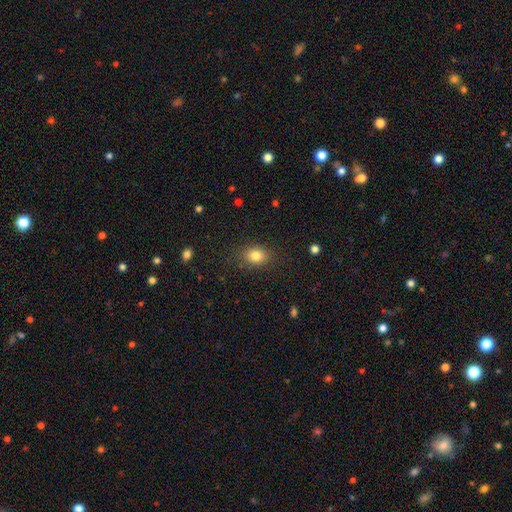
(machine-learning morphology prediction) A smooth galaxy with no disk features (82%) that is in between round and cigar-shaped (60%). Merging: none (84%).